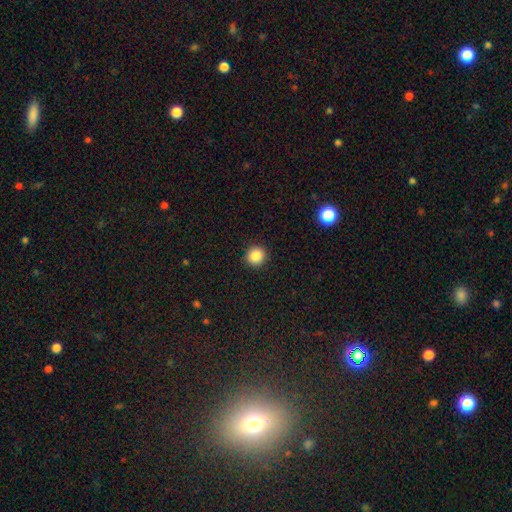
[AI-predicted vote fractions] A smooth galaxy with no disk features (87%) that is round (91%).

Vote fractions:
- Smooth or featured? smooth: 87% / star or artifact: 10% / featured or disk: 3%
- How rounded? round: 91% / in between: 8% / cigar-shaped: 1%
- Merging? none: 92% / minor disturbance: 5% / major disturbance: 2% / merger: 1%